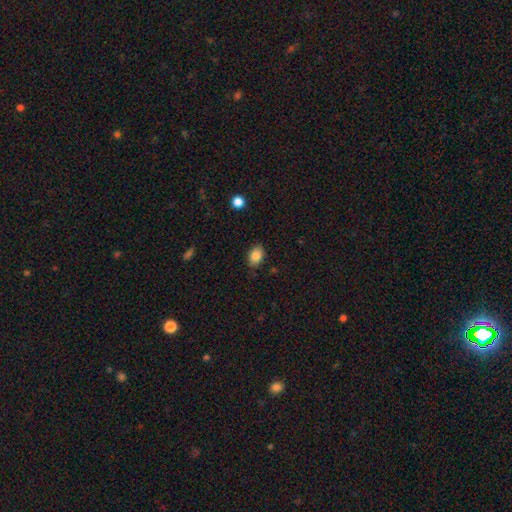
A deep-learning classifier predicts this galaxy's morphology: smooth-or-featured: smooth: 84% | star or artifact: 9% | featured or disk: 7%
  how-rounded: in between: 83% | round: 16% | cigar-shaped: 1%
  merging: none: 83% | minor disturbance: 13% | major disturbance: 3% | merger: 1%